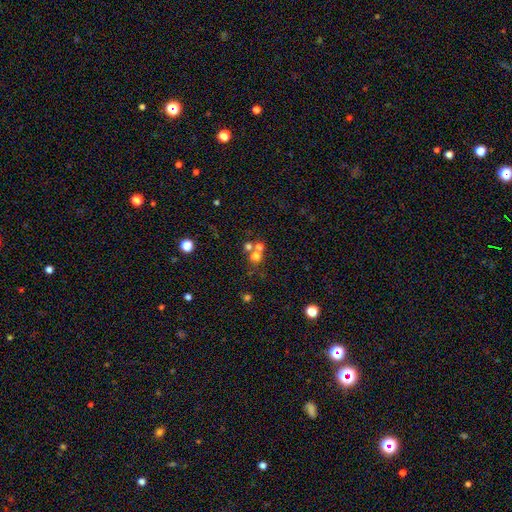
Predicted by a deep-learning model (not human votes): This appears to be a smooth galaxy with no disk features (61%) that is round (81%). Merging: merger (47%).